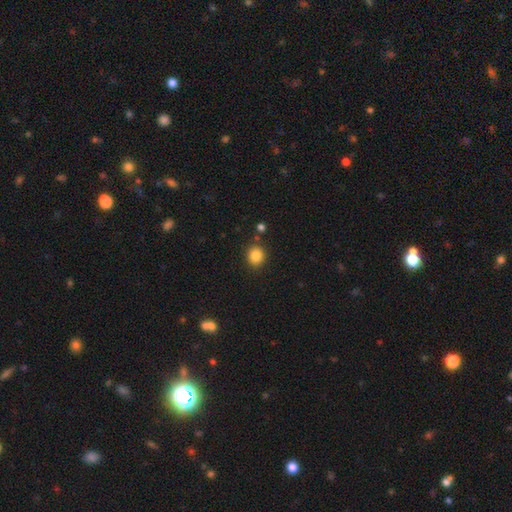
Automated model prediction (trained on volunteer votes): Overall: smooth (86%). How rounded: round (78%). Merging: none (85%).